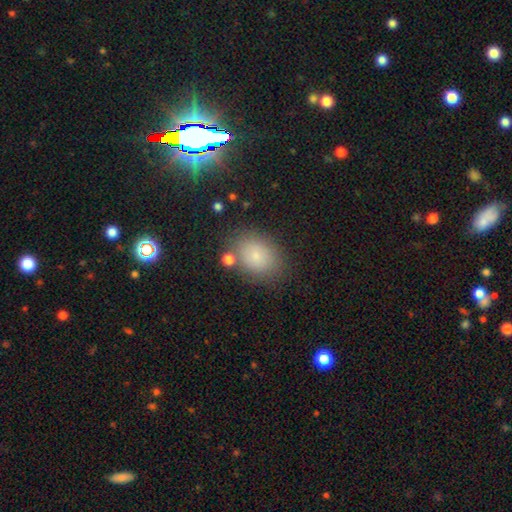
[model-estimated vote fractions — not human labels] A smooth galaxy with no disk features (80%) that is in between round and cigar-shaped (68%). Merging: none (77%).